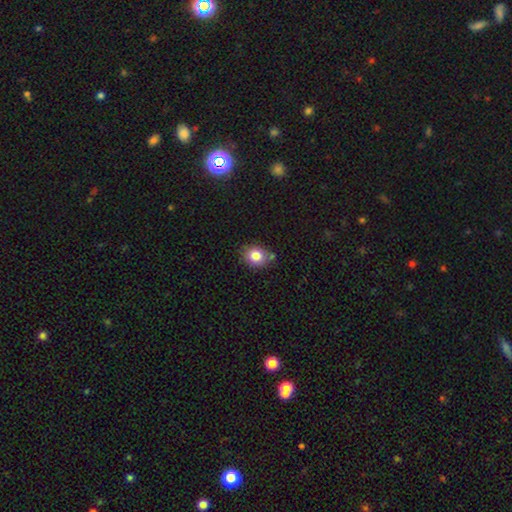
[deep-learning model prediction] Morphology: type=smooth (82%); roundness=round (60%); merging=none (72%).